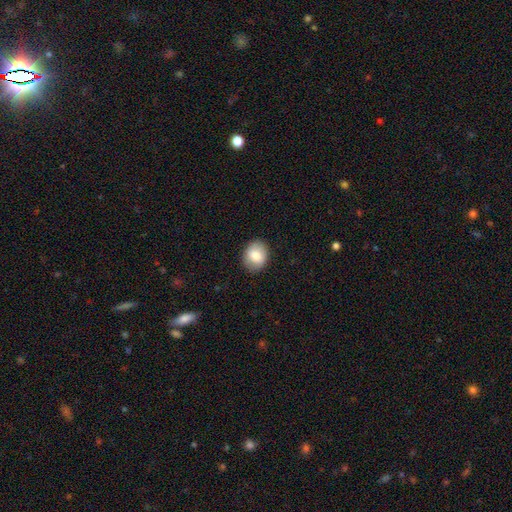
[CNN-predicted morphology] smooth 81%, featured or disk 12%, star or artifact 7%. Down the decision tree: how rounded — round (50%); merging — none (87%).